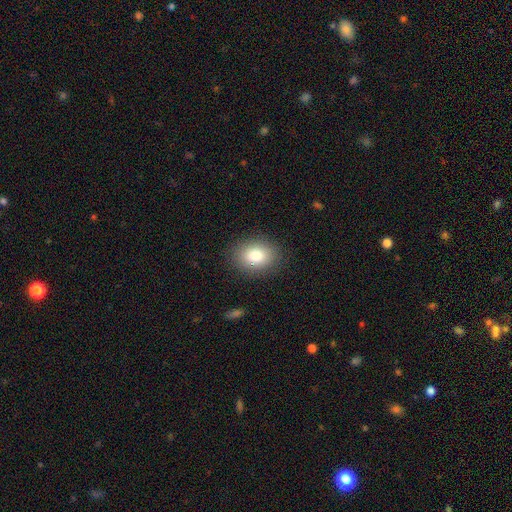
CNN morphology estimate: Q: Smooth or featured?
A: smooth (84%); runner-up: star or artifact (8%)
Q: How rounded?
A: in between (67%); runner-up: round (32%)
Q: Merging?
A: none (86%); runner-up: minor disturbance (10%)